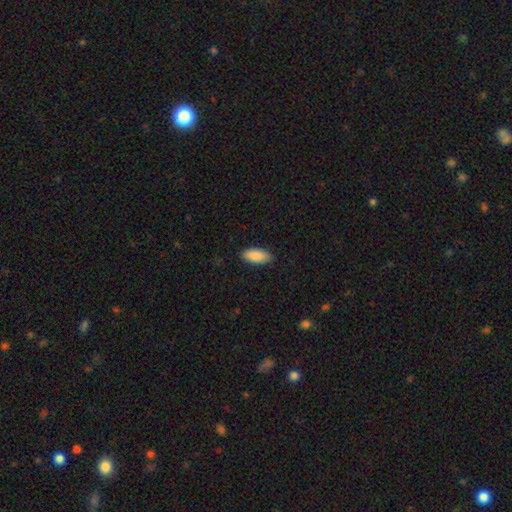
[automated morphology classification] A smooth galaxy with no disk features (89%) that is in between round and cigar-shaped (88%). Merging: none (88%).